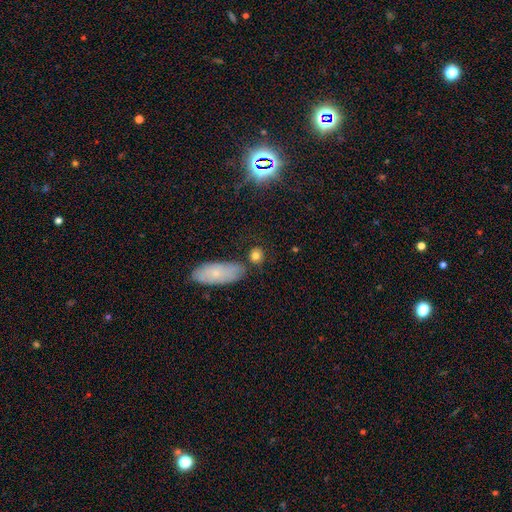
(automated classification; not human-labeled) Smooth or featured? smooth (80%)
How rounded? round (71%)
Merging? none (72%)